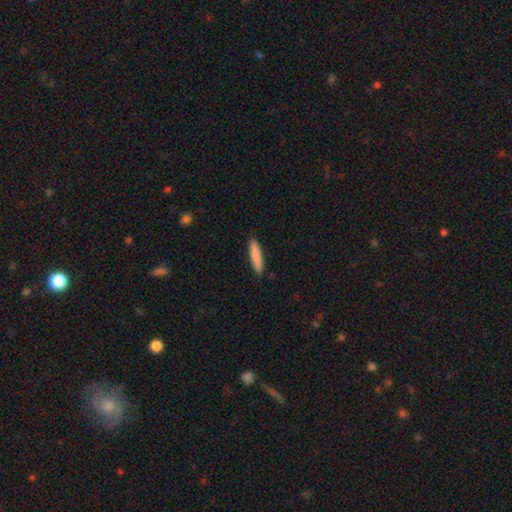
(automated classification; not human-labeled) This is clearly a smooth galaxy (85%). How rounded: clearly cigar-shaped (85%). Merging: clearly none (88%).